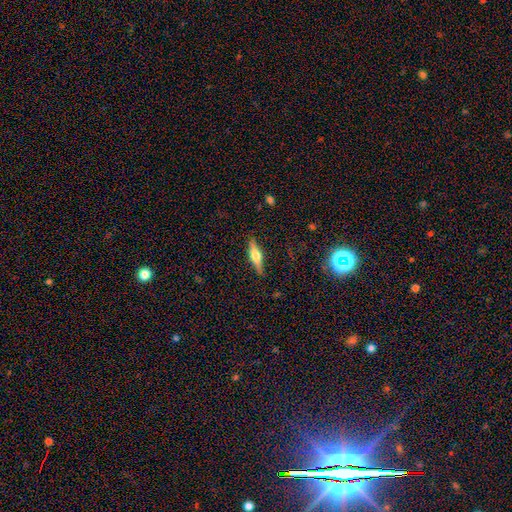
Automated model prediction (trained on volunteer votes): Morphology: type=featured or disk (56%); edge-on=yes (95%); edge-on bulge=rounded (91%); merging=none (88%).